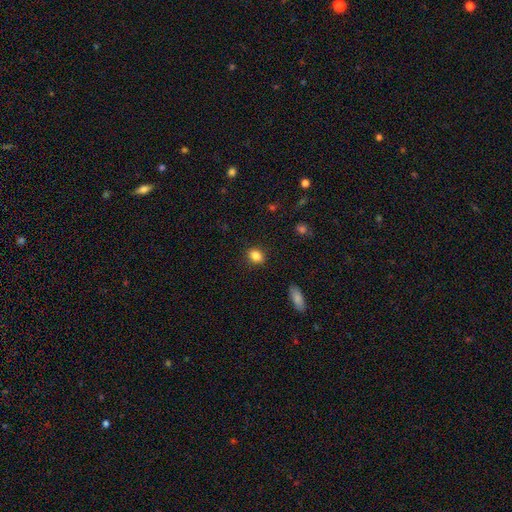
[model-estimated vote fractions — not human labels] Smooth or featured? Predicted: smooth (p=0.85). How rounded? Predicted: in between (p=0.59). Merging? Predicted: none (p=0.87).